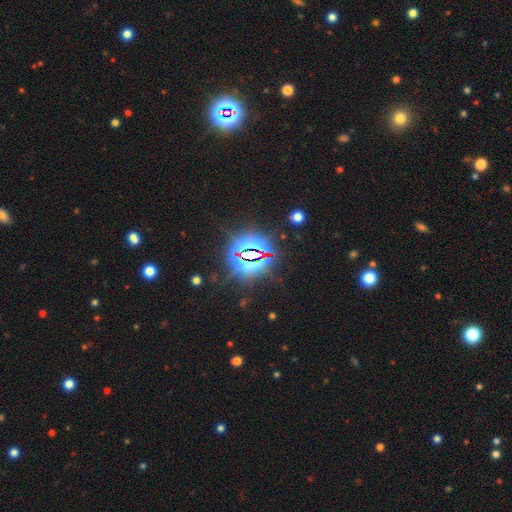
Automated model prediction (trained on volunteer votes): Q: Smooth or featured?
A: star or artifact (83%); runner-up: smooth (9%)